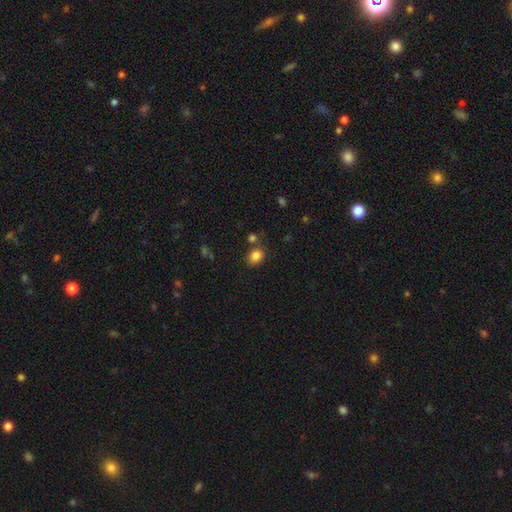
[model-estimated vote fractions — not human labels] Morphology: type=smooth (85%); roundness=in between (61%); merging=none (75%).